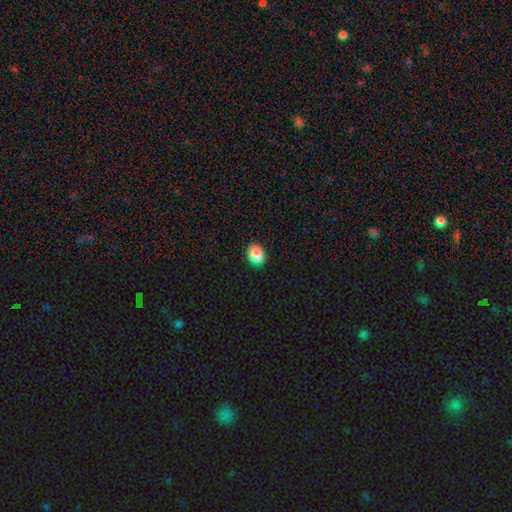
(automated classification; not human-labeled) The model was most divided on "how rounded": in between: 56%, round: 43%, cigar-shaped: 1%. More confident: merging — none (88%); smooth or featured — smooth (84%).